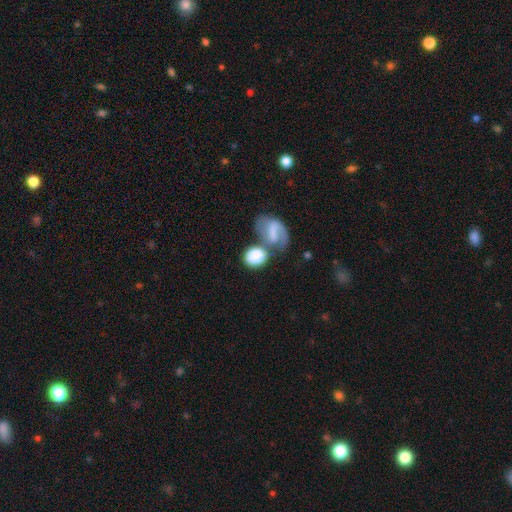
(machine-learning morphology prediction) Smooth or featured? Predicted: smooth (p=0.75). How rounded? Predicted: round (p=0.51). Merging? Predicted: merger (p=0.44).